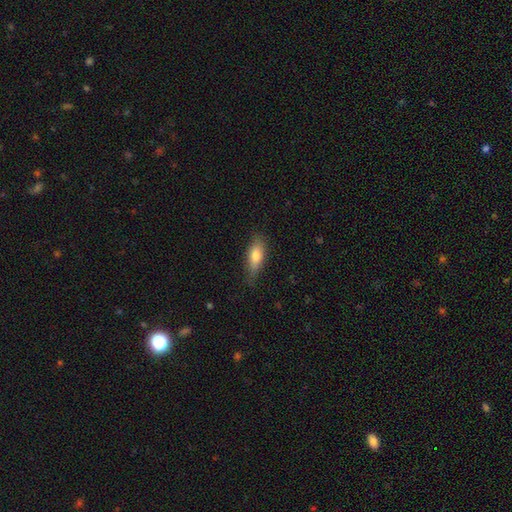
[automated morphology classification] smooth-or-featured: smooth: 77% | featured or disk: 16% | star or artifact: 7%
  how-rounded: in between: 74% | cigar-shaped: 23% | round: 3%
  merging: none: 73% | minor disturbance: 22% | major disturbance: 4% | merger: 1%